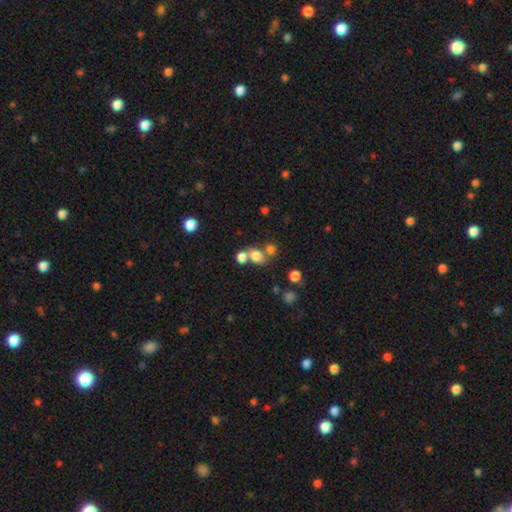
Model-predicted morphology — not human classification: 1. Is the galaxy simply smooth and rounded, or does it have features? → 75% smooth, 15% star or artifact, 10% featured or disk.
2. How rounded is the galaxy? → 53% in between, 45% round, 1% cigar-shaped.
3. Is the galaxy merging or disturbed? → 43% none, 41% merger, 10% minor disturbance, 6% major disturbance.